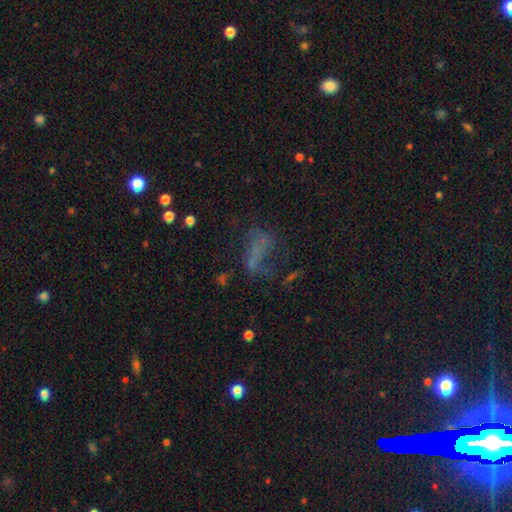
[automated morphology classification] smooth-or-featured: featured or disk: 35% (tied) | smooth: 35% (tied) | star or artifact: 30%
  merging: major disturbance: 39% | none: 35% | minor disturbance: 17% | merger: 9%